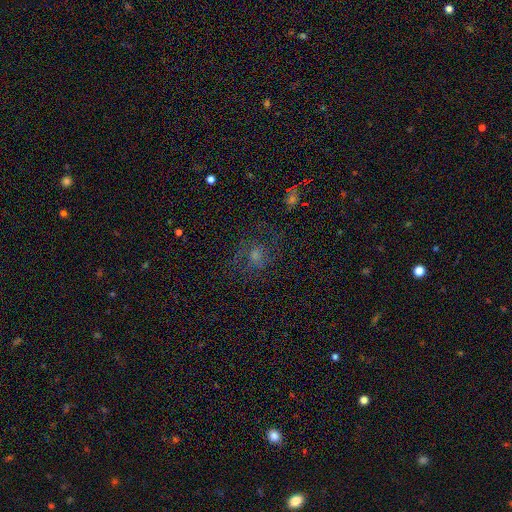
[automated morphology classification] smooth-or-featured: smooth: 41% | featured or disk: 39% | star or artifact: 20%
  merging: none: 60% | major disturbance: 19% | minor disturbance: 18% | merger: 3%